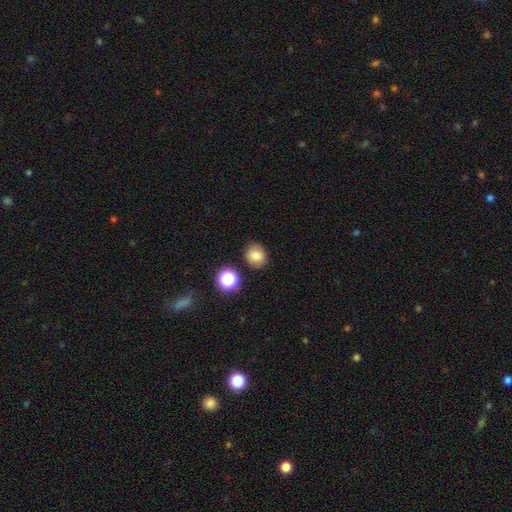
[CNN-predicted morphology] type=smooth (80%); roundness=round (62%); merging=none (83%).